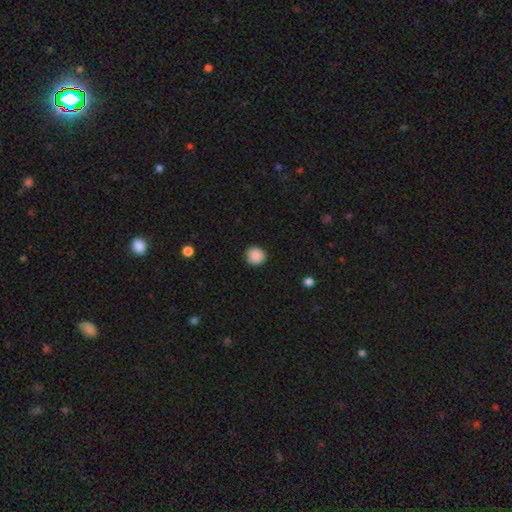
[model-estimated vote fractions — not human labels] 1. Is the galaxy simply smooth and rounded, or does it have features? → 88% smooth, 9% star or artifact, 3% featured or disk.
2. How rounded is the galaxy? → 93% round, 6% in between, 1% cigar-shaped.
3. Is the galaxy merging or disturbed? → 89% none, 8% minor disturbance, 2% major disturbance, 1% merger.